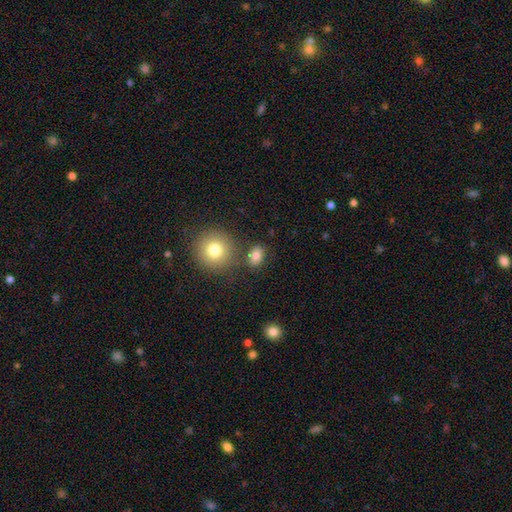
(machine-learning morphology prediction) Smooth or featured: smooth — 80% (star or artifact — 11%)
How rounded: in between — 60% (round — 39%)
Merging: none — 74% (minor disturbance — 12%)